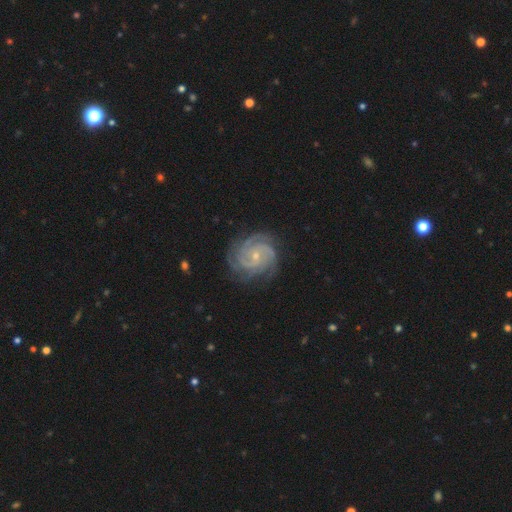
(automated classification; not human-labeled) featured or disk 91%, star or artifact 5%, smooth 4%. Down the decision tree: edge-on disk — no (98%); bar — no (66%); spiral arms — yes (99%); spiral arm count — 3 (33%); spiral winding — tight (71%); bulge size — small (77%); merging — none (80%).